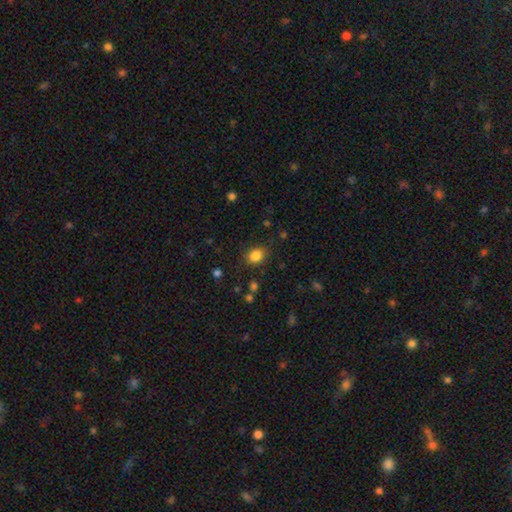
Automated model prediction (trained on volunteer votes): This appears to be a smooth galaxy with no disk features (84%) that is round (59%). Merging: none (84%).